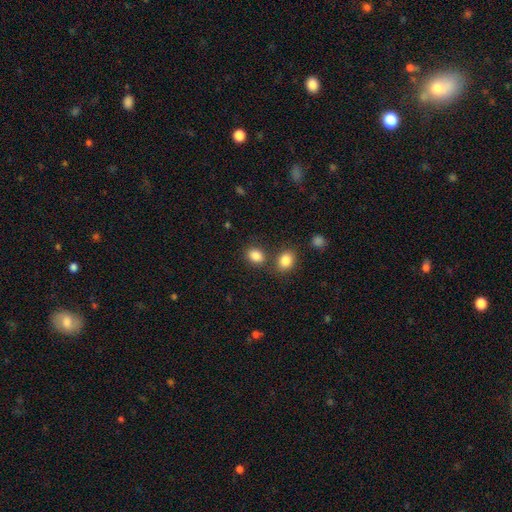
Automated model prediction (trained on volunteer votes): Smooth or featured?
  - smooth: 85% *
  - star or artifact: 10%
  - featured or disk: 5%
How rounded?
  - in between: 62% *
  - round: 37%
  - cigar-shaped: 1%
Merging?
  - none: 67% *
  - merger: 19%
  - minor disturbance: 11%
  - major disturbance: 4%